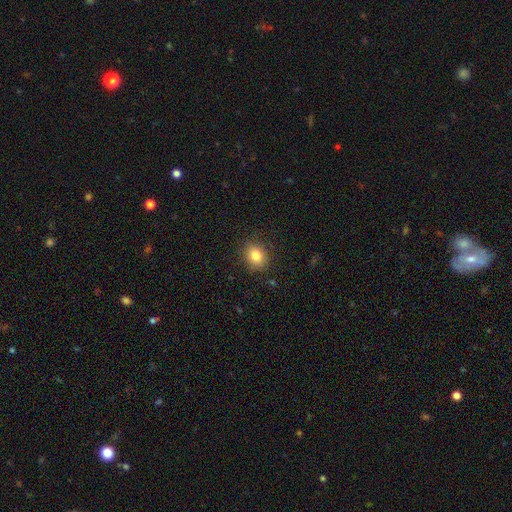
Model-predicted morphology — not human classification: Smooth or featured? Predicted: smooth (p=0.82). How rounded? Predicted: round (p=0.58). Merging? Predicted: none (p=0.87).